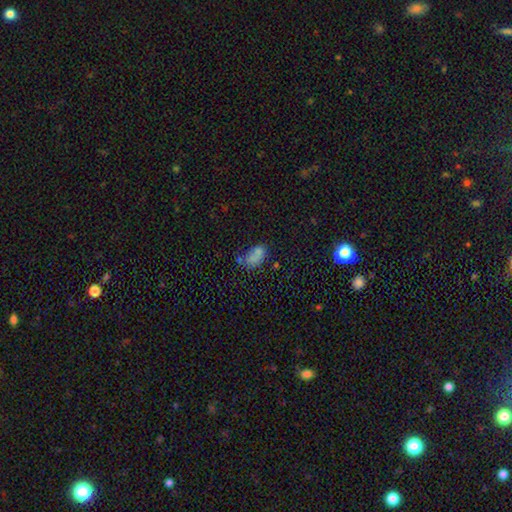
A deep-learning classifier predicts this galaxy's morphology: A smooth galaxy with no disk features (73%) that is in between round and cigar-shaped (87%). Merging: none (43%).